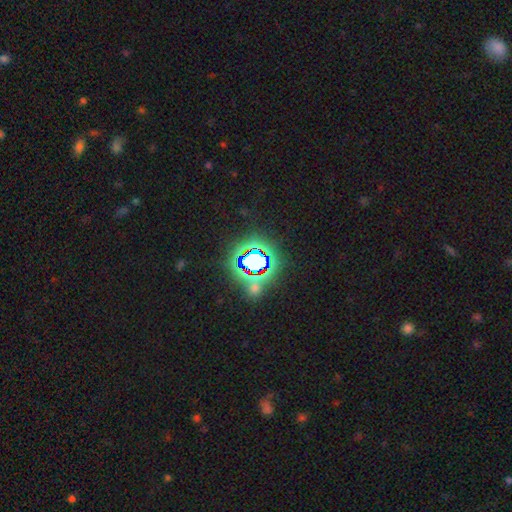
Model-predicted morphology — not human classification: smooth-or-featured: star or artifact: 78% | smooth: 14% | featured or disk: 8%